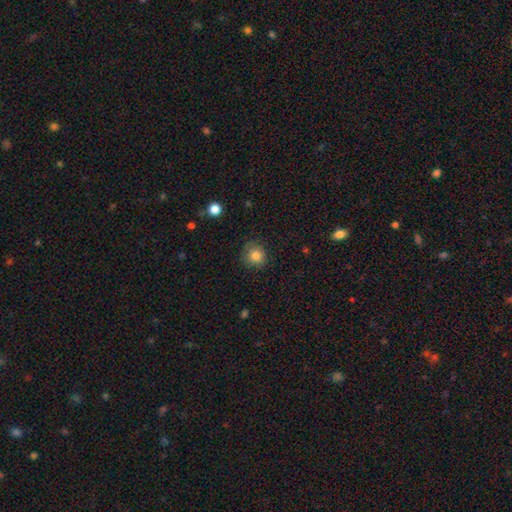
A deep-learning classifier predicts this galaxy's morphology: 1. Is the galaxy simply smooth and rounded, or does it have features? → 82% smooth, 11% star or artifact, 7% featured or disk.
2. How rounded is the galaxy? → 90% round, 9% in between, 1% cigar-shaped.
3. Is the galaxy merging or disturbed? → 80% none, 15% minor disturbance, 4% major disturbance, 1% merger.